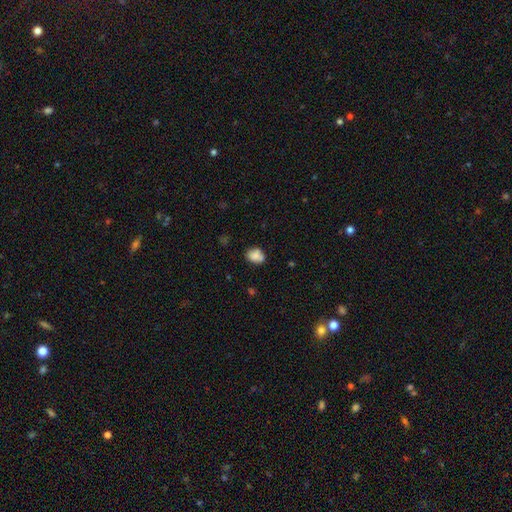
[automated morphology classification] A smooth galaxy with no disk features (80%) that is in between round and cigar-shaped (59%).

Vote fractions:
- Smooth or featured? smooth: 80% / featured or disk: 11% / star or artifact: 9%
- How rounded? in between: 59% / round: 40% / cigar-shaped: 1%
- Merging? none: 64% / minor disturbance: 21% / merger: 10% / major disturbance: 5%